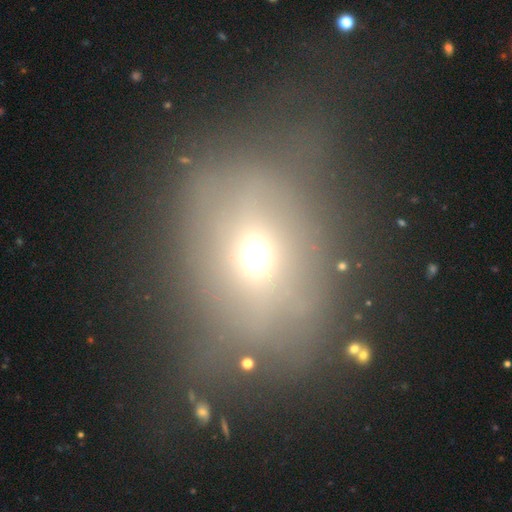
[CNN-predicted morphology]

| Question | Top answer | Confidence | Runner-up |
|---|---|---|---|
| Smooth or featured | smooth | 56% | featured or disk (23%) |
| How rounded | in between | 52% | round (45%) |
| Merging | none | 48% | major disturbance (24%) |